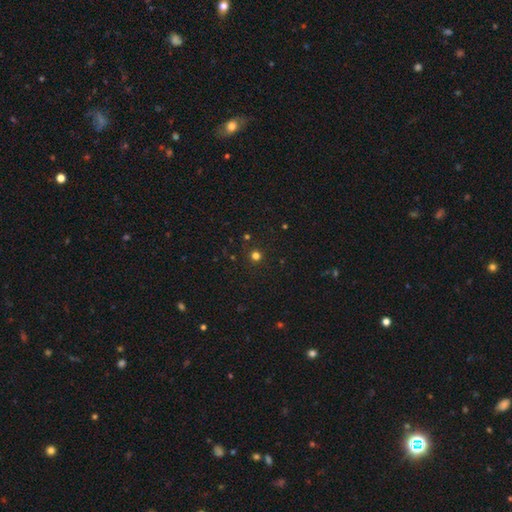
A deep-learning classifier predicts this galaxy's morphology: smooth-or-featured: smooth: 73% | star or artifact: 22% | featured or disk: 4%
  how-rounded: round: 95% | in between: 4% | cigar-shaped: 1%
  merging: none: 91% | minor disturbance: 5% | merger: 2% | major disturbance: 2%